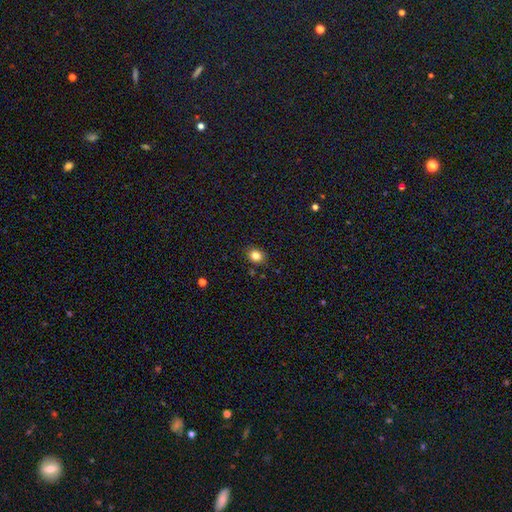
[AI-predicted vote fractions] A smooth galaxy with no disk features (83%) that is round (62%). Merging: none (87%).